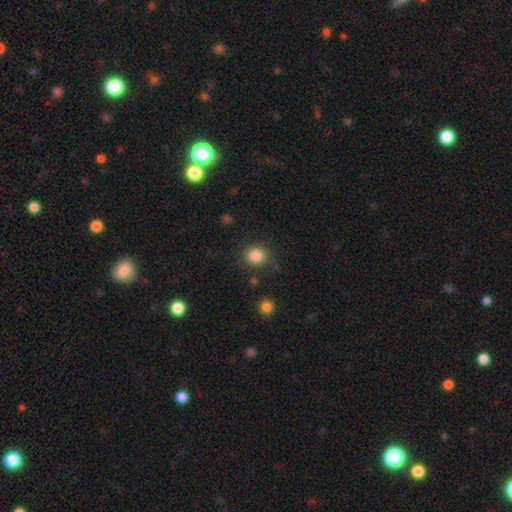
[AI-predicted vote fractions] smooth 86%, star or artifact 10%, featured or disk 4%. Down the decision tree: how rounded — round (84%); merging — none (83%).